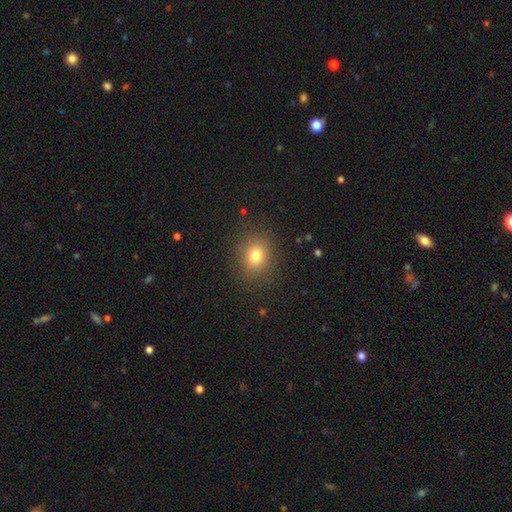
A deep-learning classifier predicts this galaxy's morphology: type=smooth (78%); roundness=round (62%); merging=none (86%).